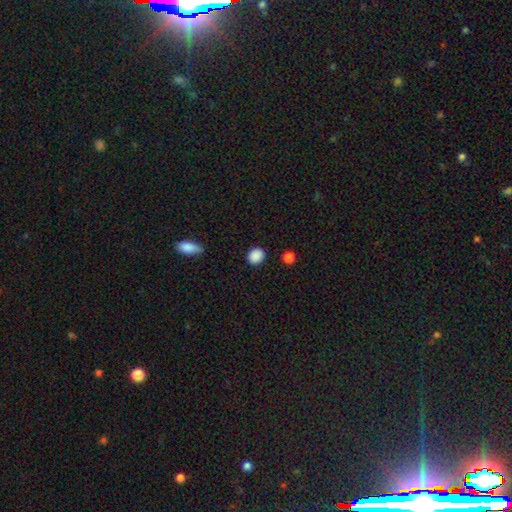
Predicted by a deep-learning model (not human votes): Smooth or featured?
  - smooth: 89% *
  - star or artifact: 8%
  - featured or disk: 3%
How rounded?
  - round: 73% *
  - in between: 26%
  - cigar-shaped: 1%
Merging?
  - none: 88% *
  - minor disturbance: 8%
  - major disturbance: 2%
  - merger: 2%